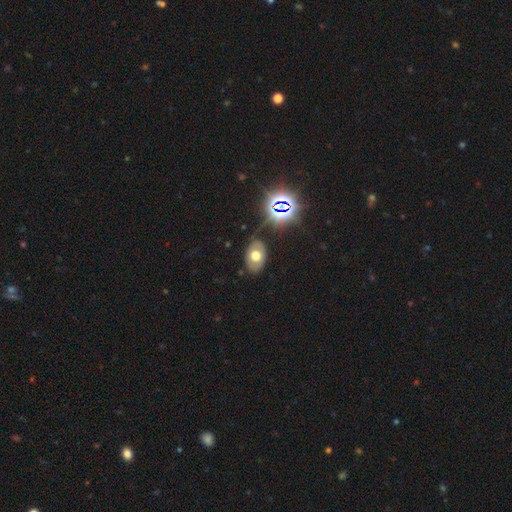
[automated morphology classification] Smooth or featured: smooth — 52% (featured or disk — 31%)
How rounded: in between — 85% (round — 14%)
Merging: none — 77% (minor disturbance — 16%)